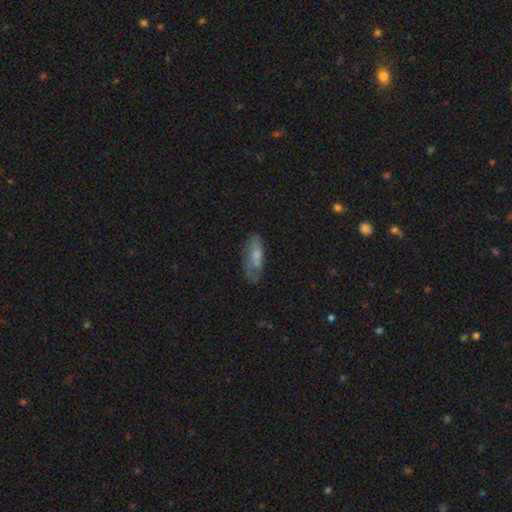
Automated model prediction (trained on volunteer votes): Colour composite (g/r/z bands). It shows a smooth galaxy with no disk features (67%) that is in between round and cigar-shaped (70%). Merging: none (58%).